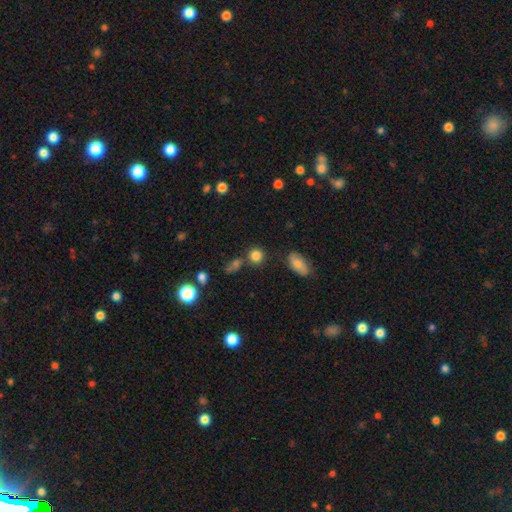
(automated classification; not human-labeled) Morphology: type=smooth (82%); roundness=round (83%); merging=none (70%).